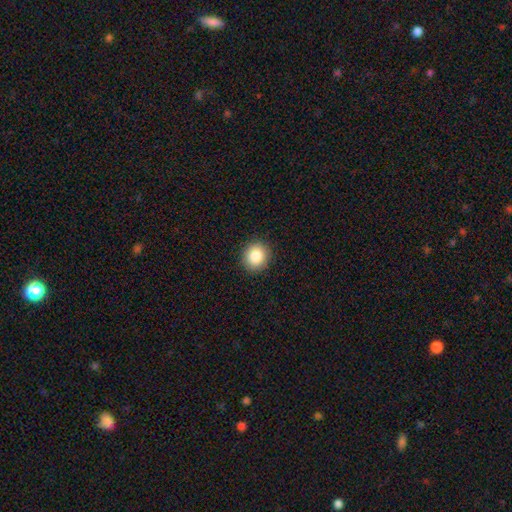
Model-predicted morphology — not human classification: A smooth galaxy with no disk features (85%) that is round (85%).

Vote fractions:
- Smooth or featured? smooth: 85% / star or artifact: 9% / featured or disk: 6%
- How rounded? round: 85% / in between: 14% / cigar-shaped: 1%
- Merging? none: 92% / minor disturbance: 6% / major disturbance: 2% / merger: 1%